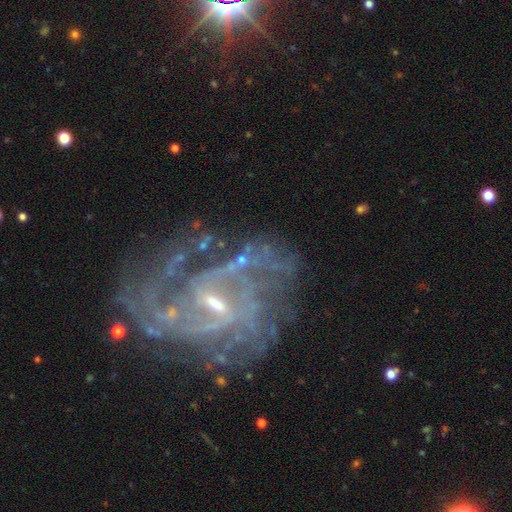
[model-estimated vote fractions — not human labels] The model was most divided on "spiral arm count": 2: 31%, can't tell: 26%, 3: 16%, 4: 11%, more than 4: 8%, 1: 8%. Remaining: edge-on disk — no (98%); spiral arms — yes (95%); smooth or featured — featured or disk (88%); bulge size — small (62%); merging — none (57%); bar — weak (56%); spiral winding — medium (44%).